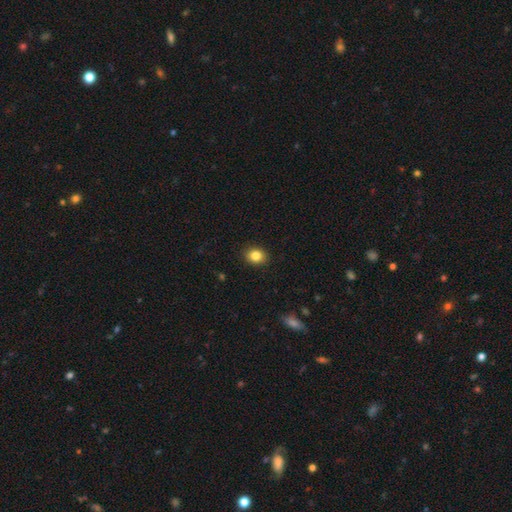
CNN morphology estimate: A smooth galaxy with no disk features (84%) that is round (51%). Merging: none (90%).